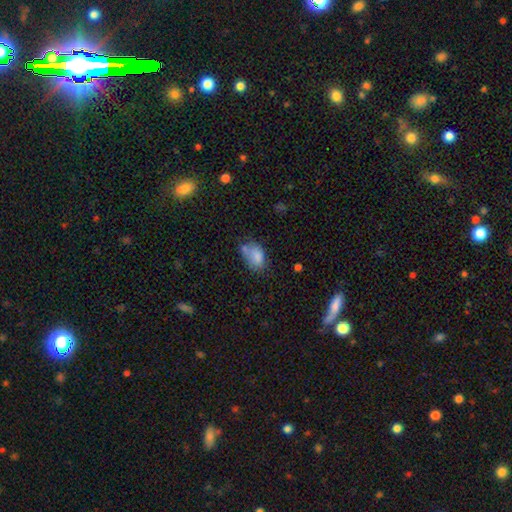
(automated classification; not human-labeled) A smooth galaxy with no disk features (76%) that is in between round and cigar-shaped (83%).

Vote fractions:
- Smooth or featured? smooth: 76% / featured or disk: 14% / star or artifact: 10%
- How rounded? in between: 83% / round: 16% / cigar-shaped: 1%
- Merging? none: 35% / minor disturbance: 29% / merger: 22% / major disturbance: 14%